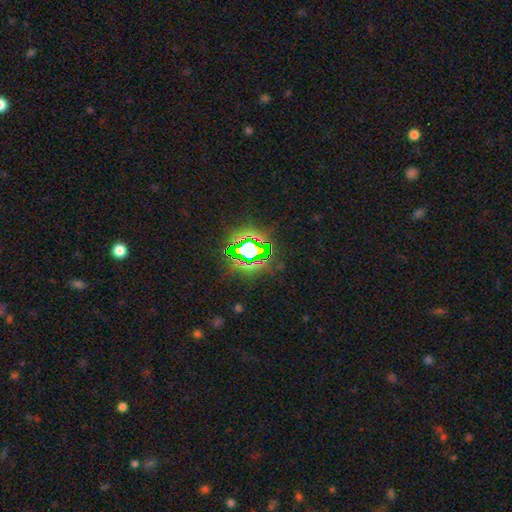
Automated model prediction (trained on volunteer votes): Smooth or featured?
  - star or artifact: 78% *
  - smooth: 12%
  - featured or disk: 9%